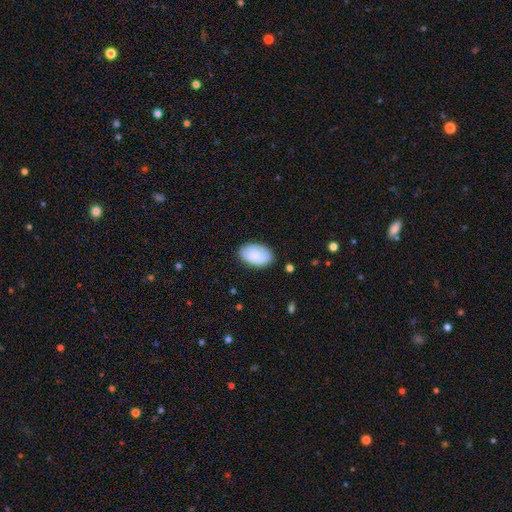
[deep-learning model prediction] The model was most divided on "merging": none: 82%, minor disturbance: 14%, major disturbance: 3%, merger: 1%. More confident: how rounded — in between (93%); smooth or featured — smooth (87%).